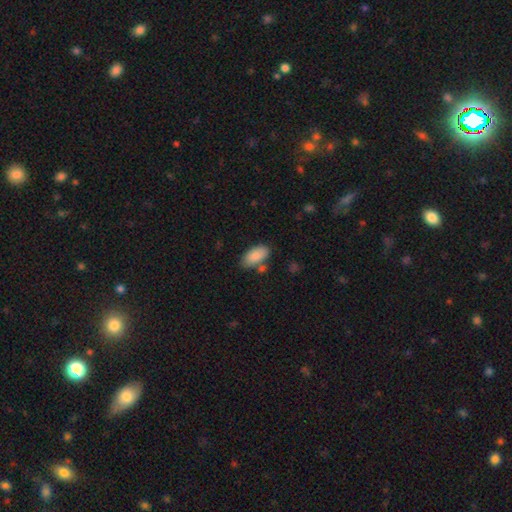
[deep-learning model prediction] A smooth galaxy with no disk features (88%) that is in between round and cigar-shaped (94%).

Vote fractions:
- Smooth or featured? smooth: 88% / star or artifact: 6% / featured or disk: 6%
- How rounded? in between: 94% / cigar-shaped: 4% / round: 3%
- Merging? none: 71% / minor disturbance: 16% / merger: 9% / major disturbance: 4%